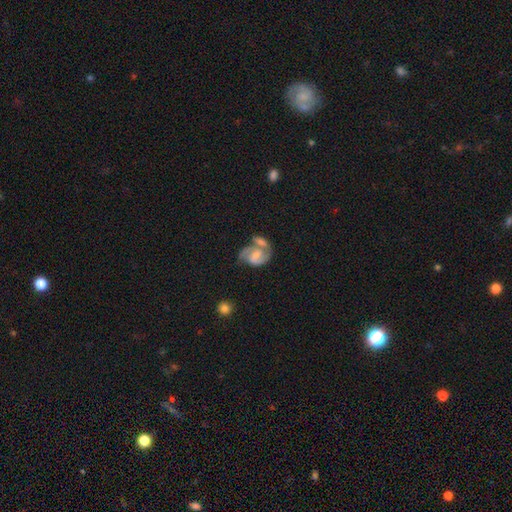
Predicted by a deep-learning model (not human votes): smooth-or-featured: featured or disk: 75% | smooth: 18% | star or artifact: 6%
  disk-edge-on: no: 98% | yes: 2%
    bar: weak: 46% | no: 37% | strong: 17%
    has-spiral-arms: yes: 91% | no: 9%
      spiral-winding: medium: 51% | tight: 31% | loose: 19%
      spiral-arm-count: 2: 80% | 1: 8% | can't tell: 7% | 3: 3% | 4: 1% | more than 4: 1%
    bulge-size: small: 36% | moderate: 32% | none: 22% | large: 8% | dominant: 2%
  merging: merger: 43% | none: 29% | minor disturbance: 16% | major disturbance: 12%